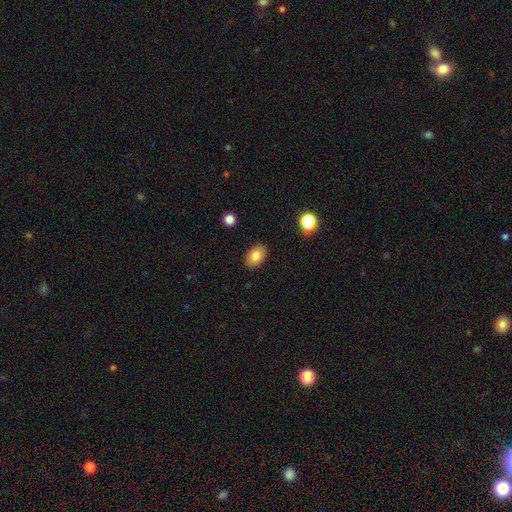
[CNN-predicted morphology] smooth 81%, featured or disk 10%, star or artifact 9%. Down the decision tree: how rounded — in between (86%); merging — none (88%).